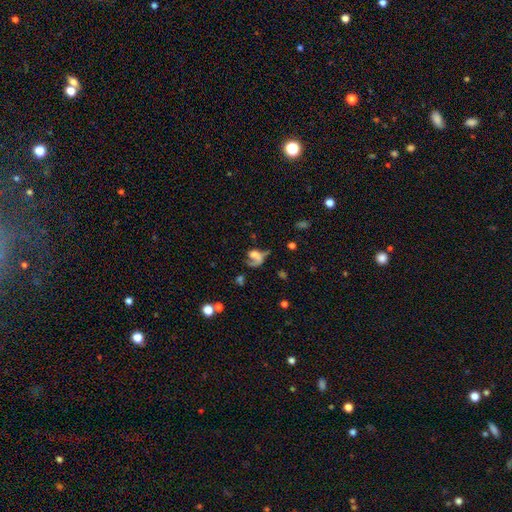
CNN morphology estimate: type=smooth (43%); merging=major disturbance (41%).